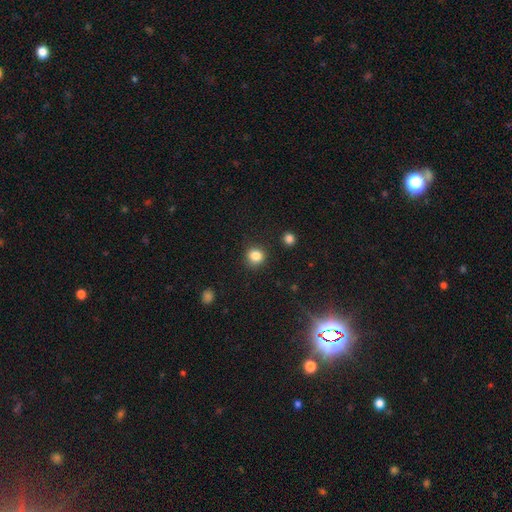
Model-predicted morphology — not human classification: Smooth or featured?
  - smooth: 84% *
  - star or artifact: 11%
  - featured or disk: 5%
How rounded?
  - round: 84% *
  - in between: 15%
  - cigar-shaped: 1%
Merging?
  - none: 88% *
  - minor disturbance: 8%
  - major disturbance: 3%
  - merger: 2%